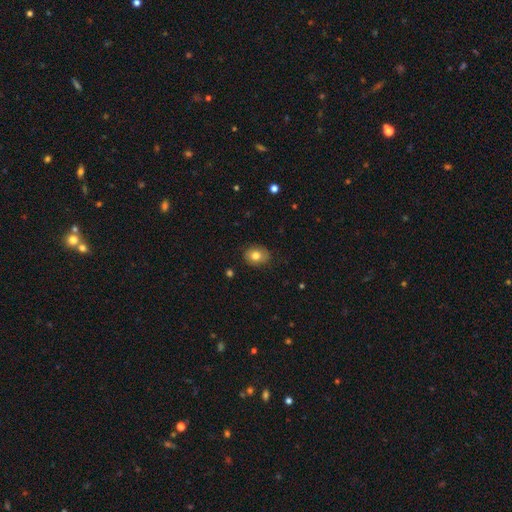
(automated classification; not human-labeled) Smooth or featured? smooth (79%)
How rounded? round (50%)
Merging? none (85%)